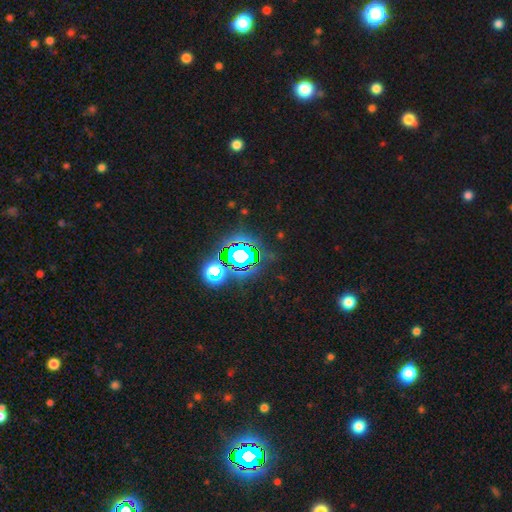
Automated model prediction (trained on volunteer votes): Morphology: type=star or artifact (81%).